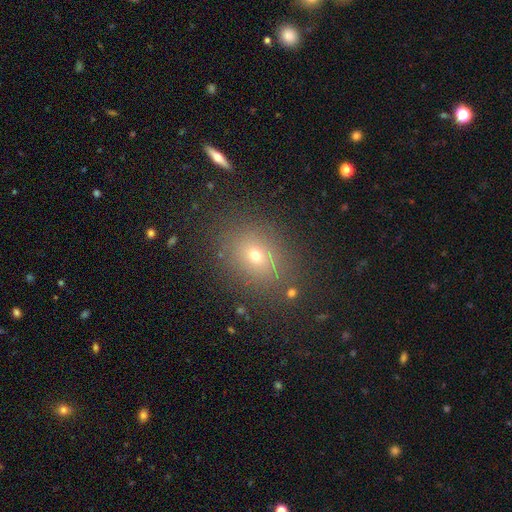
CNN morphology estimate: Smooth or featured? Predicted: smooth (p=0.65). How rounded? Predicted: round (p=0.51). Merging? Predicted: none (p=0.83).